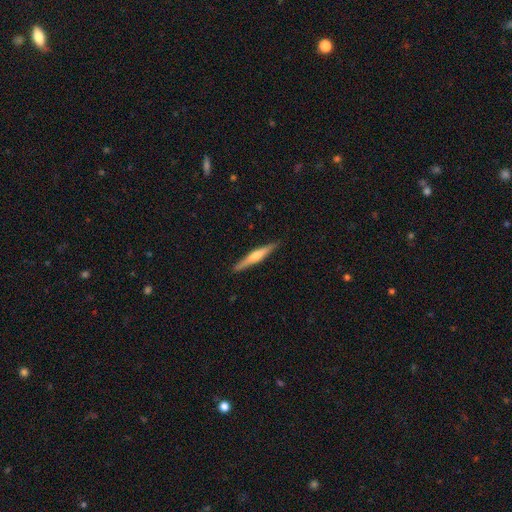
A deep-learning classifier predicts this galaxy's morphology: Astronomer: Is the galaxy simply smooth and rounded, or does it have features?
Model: featured or disk — 59% (runner-up: smooth, 36%).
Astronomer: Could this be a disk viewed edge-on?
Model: yes — 97%.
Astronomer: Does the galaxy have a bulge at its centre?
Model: rounded — 75%.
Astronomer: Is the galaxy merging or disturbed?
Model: none — 91%.